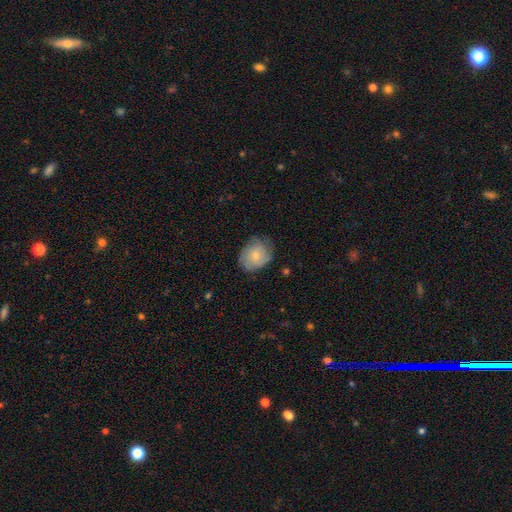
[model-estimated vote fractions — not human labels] Smooth or featured? Predicted: smooth (p=0.62). How rounded? Predicted: round (p=0.52). Merging? Predicted: none (p=0.65).